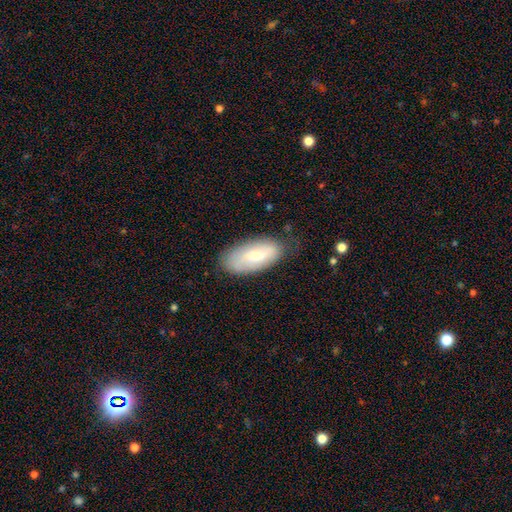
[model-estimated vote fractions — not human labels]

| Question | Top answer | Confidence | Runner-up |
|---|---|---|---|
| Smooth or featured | smooth | 58% | featured or disk (35%) |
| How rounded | in between | 89% | cigar-shaped (9%) |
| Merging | none | 73% | minor disturbance (20%) |